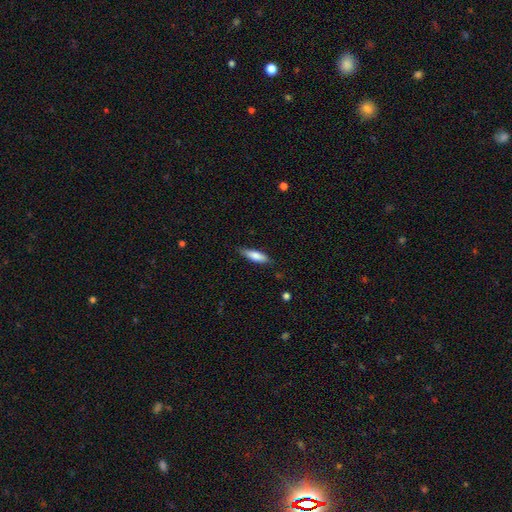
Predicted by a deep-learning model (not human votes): Overall: smooth (79%). How rounded: cigar-shaped (53%; in between 45%). Merging: none (80%).